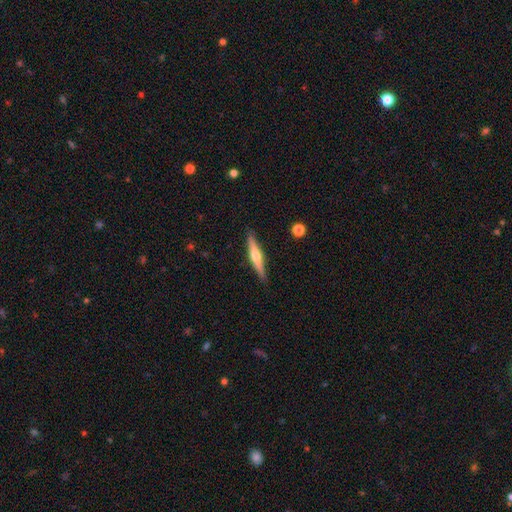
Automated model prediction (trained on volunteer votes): smooth-or-featured: featured or disk: 58% | smooth: 36% | star or artifact: 6%
  disk-edge-on: yes: 97% | no: 3%
    edge-on-bulge: rounded: 88% | none: 7% | boxy: 5%
  merging: none: 89% | minor disturbance: 8% | major disturbance: 2% | merger: 1%